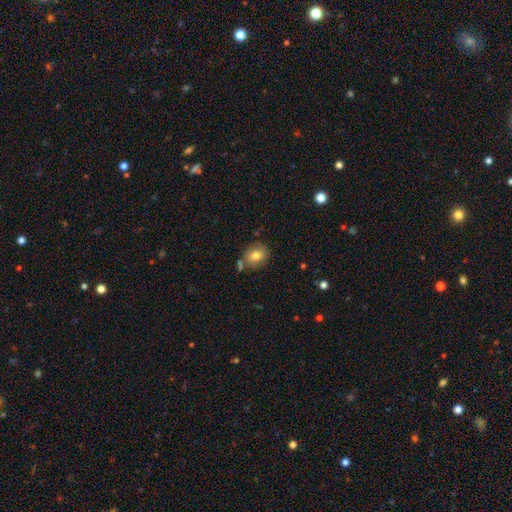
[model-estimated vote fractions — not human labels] Smooth or featured?
  - smooth: 76% *
  - featured or disk: 15%
  - star or artifact: 10%
How rounded?
  - round: 68% *
  - in between: 31%
  - cigar-shaped: 1%
Merging?
  - none: 71% *
  - minor disturbance: 15%
  - merger: 10%
  - major disturbance: 4%